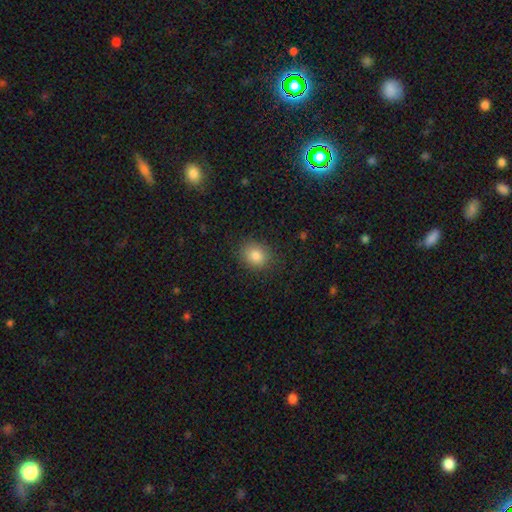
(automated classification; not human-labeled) Overall: smooth (84%). How rounded: round (63%; in between 36%). Merging: none (86%).